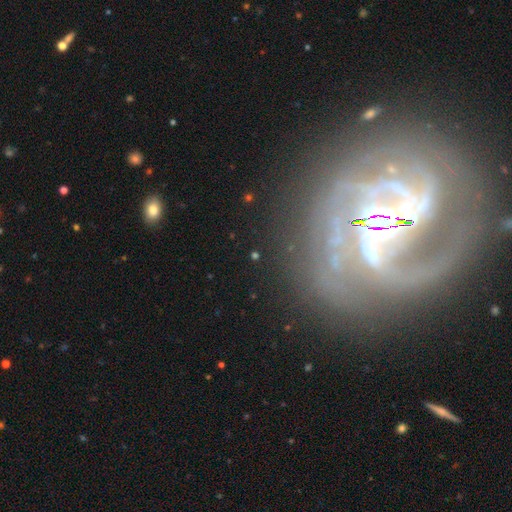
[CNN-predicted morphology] Smooth or featured? featured or disk (40%)
Merging? none (74%)